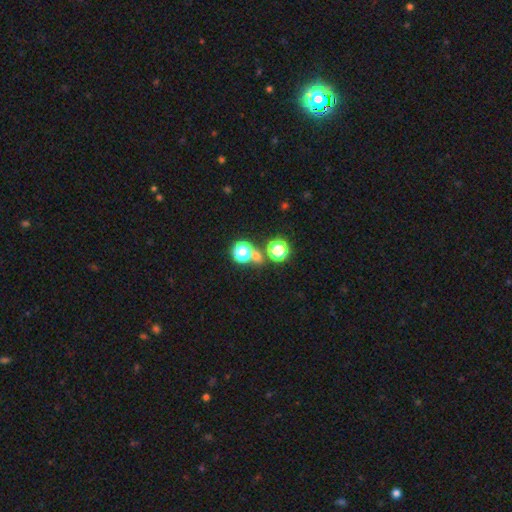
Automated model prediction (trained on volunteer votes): Smooth or featured? smooth (61%)
How rounded? round (86%)
Merging? none (57%)